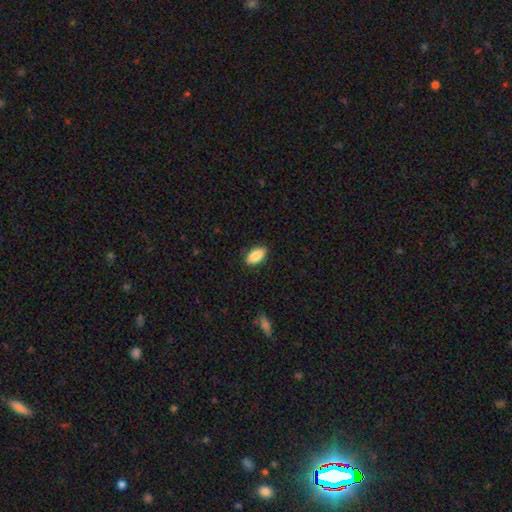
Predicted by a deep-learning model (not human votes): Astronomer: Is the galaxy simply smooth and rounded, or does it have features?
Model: smooth — 85%.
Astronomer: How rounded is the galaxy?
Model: in between — 90%.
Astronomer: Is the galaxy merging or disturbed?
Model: none — 84%.